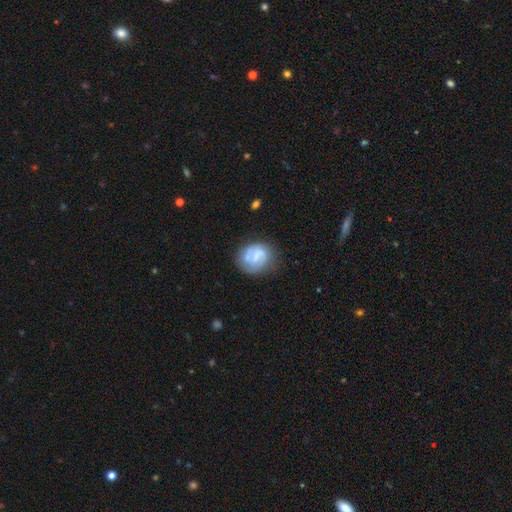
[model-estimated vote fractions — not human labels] Q: Smooth or featured?
A: featured or disk (50%); runner-up: smooth (42%)
Q: Edge-on disk?
A: no (98%); runner-up: yes (2%)
Q: Merging?
A: none (62%); runner-up: minor disturbance (23%)